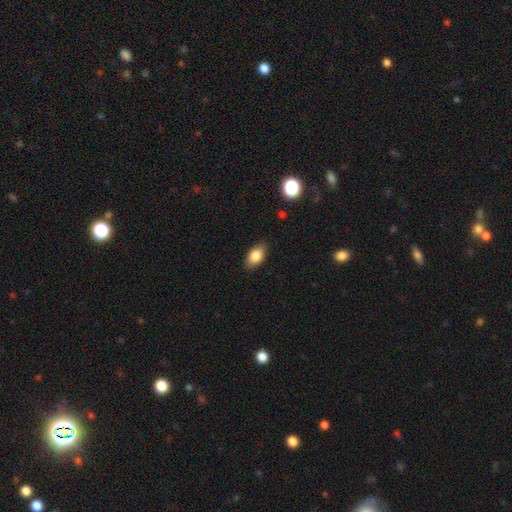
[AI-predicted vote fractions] smooth 83%, featured or disk 9%, star or artifact 8%. Down the decision tree: how rounded — in between (90%); merging — none (85%).